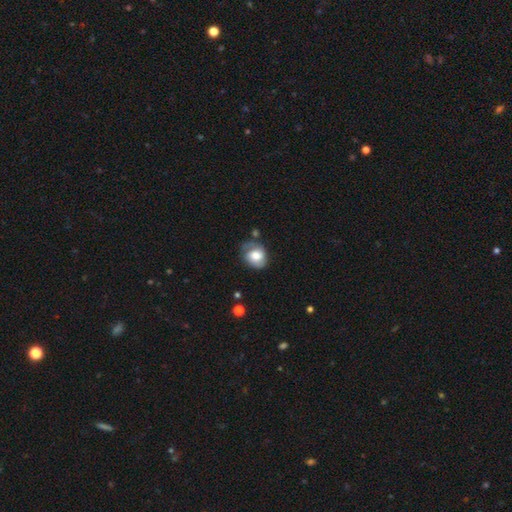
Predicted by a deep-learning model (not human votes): Overall: smooth (47%; featured or disk 46%). Merging: none (60%; minor disturbance 26%).